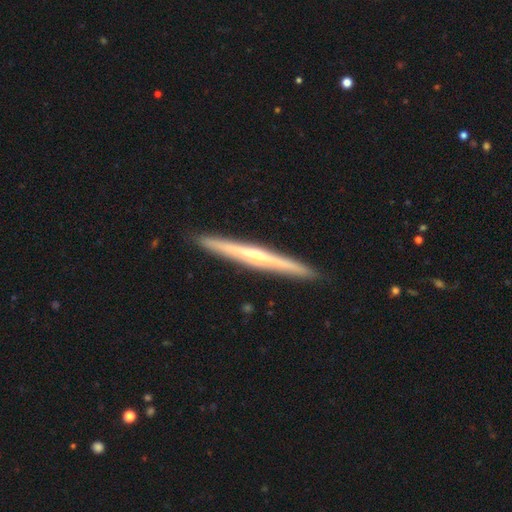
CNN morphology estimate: A featured or disk galaxy (72%) viewed edge-on (98%) with a rounded central bulge (59%). Merging: none (93%).